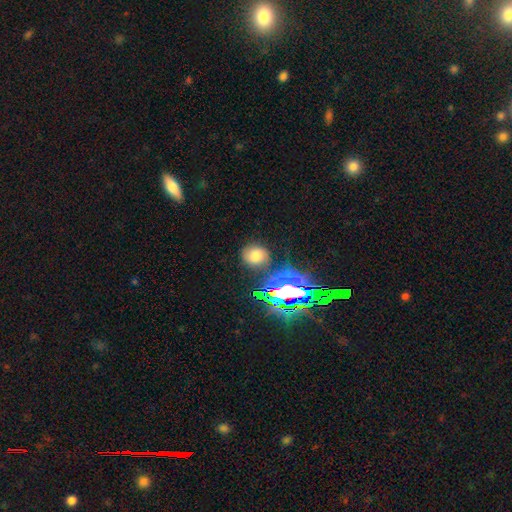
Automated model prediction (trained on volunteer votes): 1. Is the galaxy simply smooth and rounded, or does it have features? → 63% smooth, 25% star or artifact, 11% featured or disk.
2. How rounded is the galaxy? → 75% round, 24% in between, 1% cigar-shaped.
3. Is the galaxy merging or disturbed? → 81% none, 12% minor disturbance, 4% major disturbance, 3% merger.